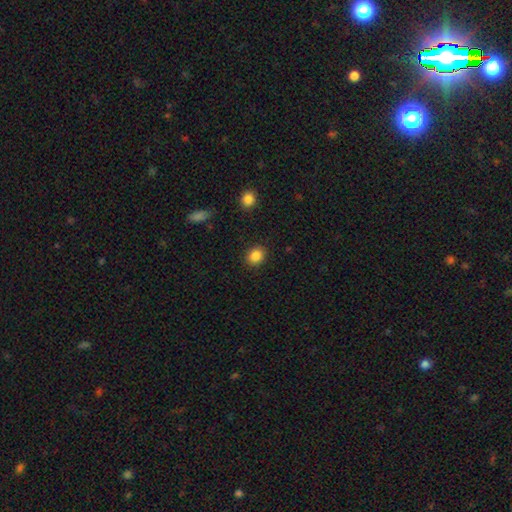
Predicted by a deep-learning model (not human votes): This appears to be a smooth galaxy with no disk features (86%) that is round (61%). Merging: none (89%).